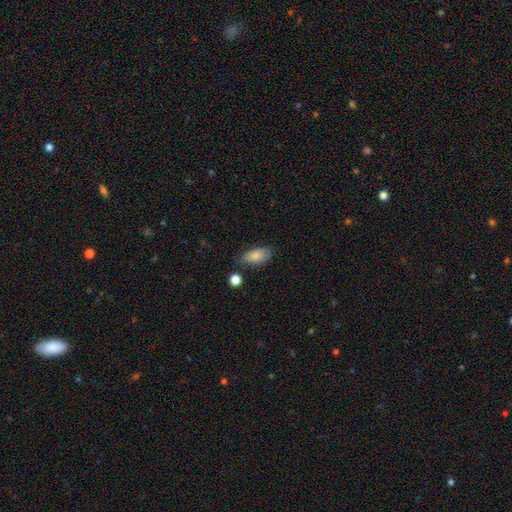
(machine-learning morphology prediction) Smooth or featured? Predicted: smooth (p=0.81). How rounded? Predicted: in between (p=0.90). Merging? Predicted: none (p=0.70).